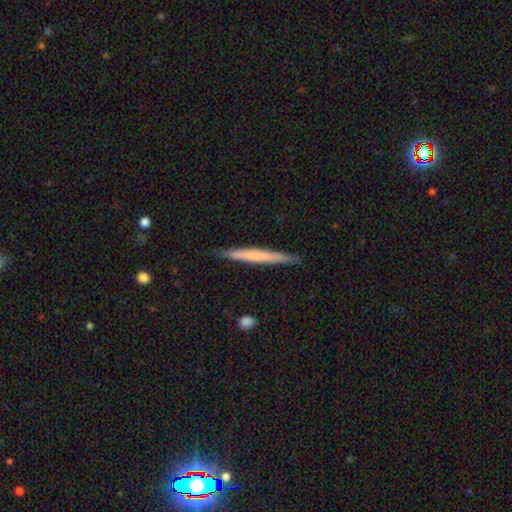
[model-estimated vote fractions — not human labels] This is possibly a smooth galaxy (56%). How rounded: clearly cigar-shaped (97%). Merging: clearly none (89%).